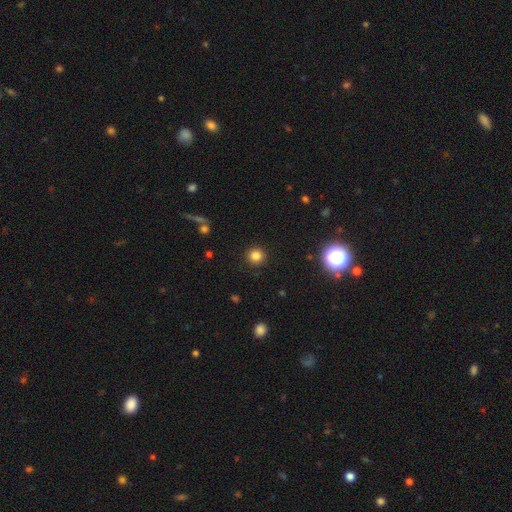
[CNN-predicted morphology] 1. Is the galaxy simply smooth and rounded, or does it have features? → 82% smooth, 13% star or artifact, 5% featured or disk.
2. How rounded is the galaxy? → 94% round, 5% in between, 1% cigar-shaped.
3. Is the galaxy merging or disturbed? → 92% none, 5% minor disturbance, 2% major disturbance, 1% merger.